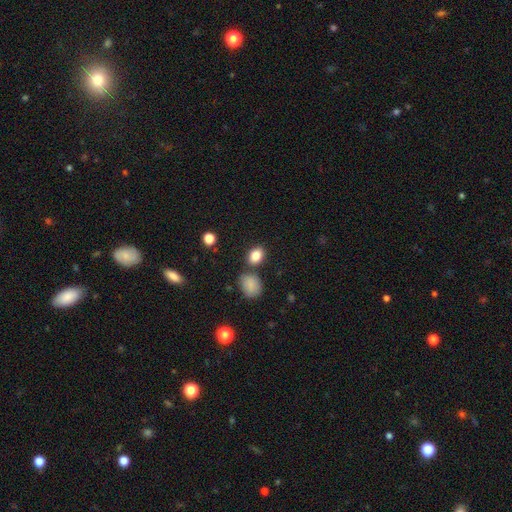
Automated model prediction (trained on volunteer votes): Smooth or featured: smooth — 85% (star or artifact — 10%)
How rounded: in between — 73% (round — 26%)
Merging: none — 74% (minor disturbance — 12%)